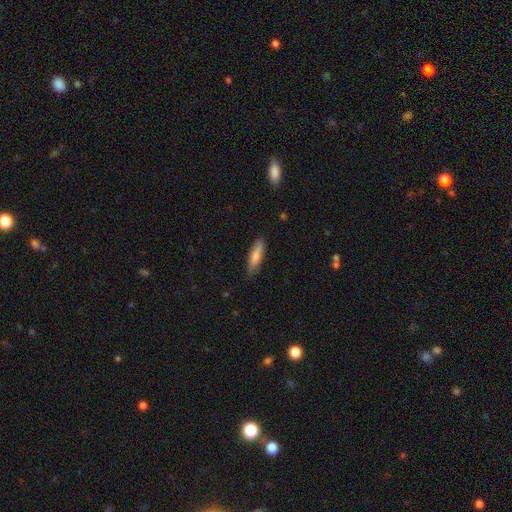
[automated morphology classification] A smooth galaxy with no disk features (77%) that is cigar-shaped (64%). Merging: none (84%).